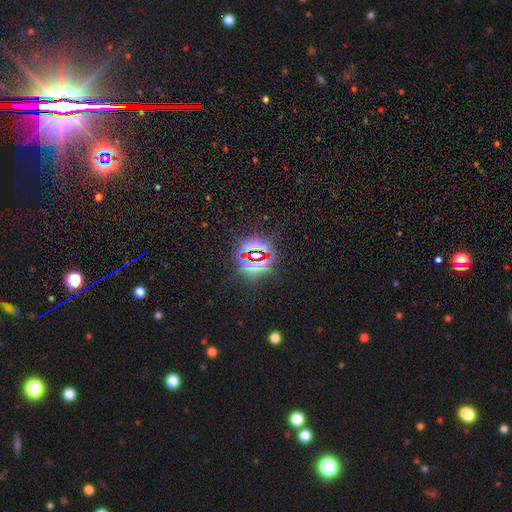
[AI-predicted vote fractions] This is likely a star or artifact rather than a galaxy (78%).